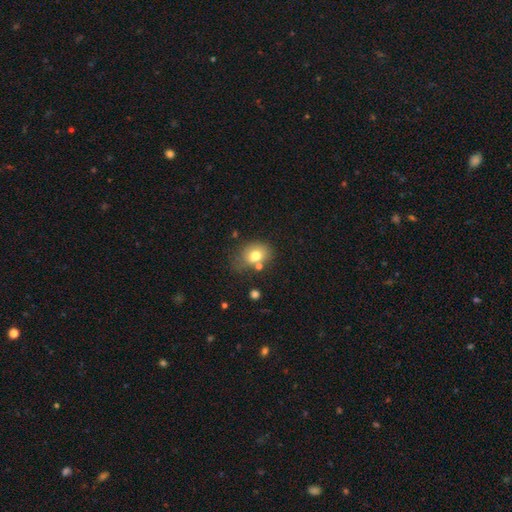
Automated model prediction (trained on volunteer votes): Q: Smooth or featured?
A: smooth (74%); runner-up: featured or disk (15%)
Q: How rounded?
A: in between (52%); runner-up: round (47%)
Q: Merging?
A: none (54%); runner-up: minor disturbance (23%)